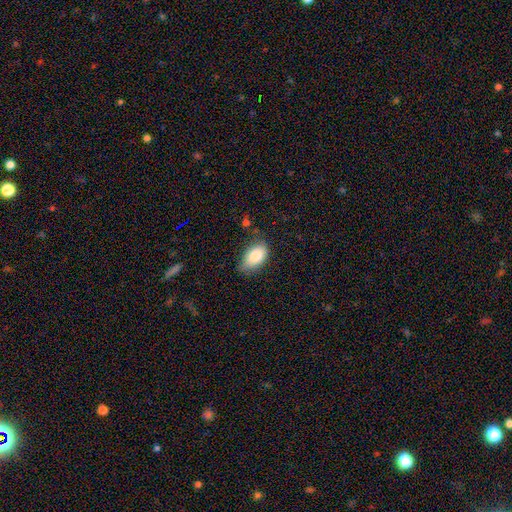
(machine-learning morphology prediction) Overall: smooth (84%). How rounded: in between (93%). Merging: none (62%; minor disturbance 30%).